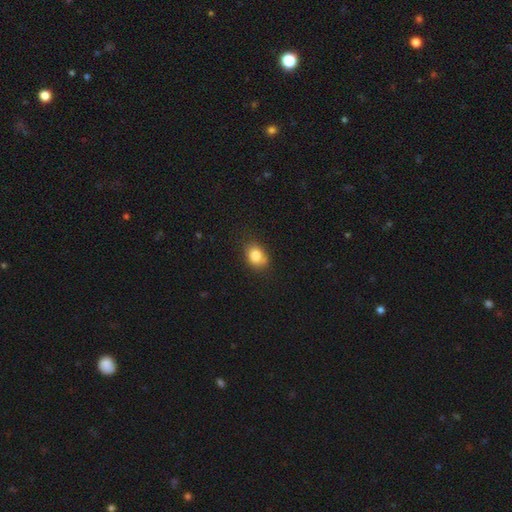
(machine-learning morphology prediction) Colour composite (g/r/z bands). It shows a smooth galaxy with no disk features (82%) that is in between round and cigar-shaped (61%). Merging: none (69%).